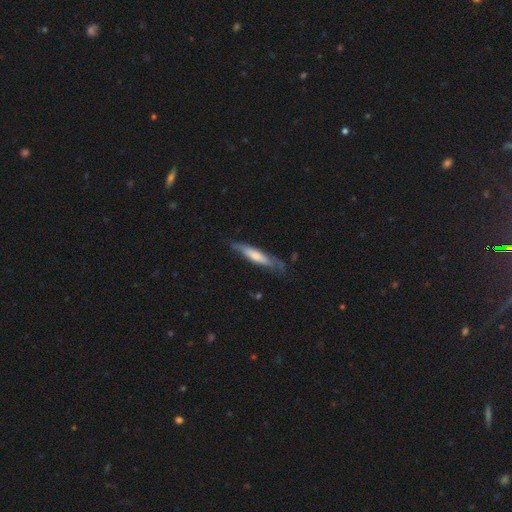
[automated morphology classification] smooth 51%, featured or disk 44%, star or artifact 5%. Down the decision tree: how rounded — cigar-shaped (83%); merging — none (64%).